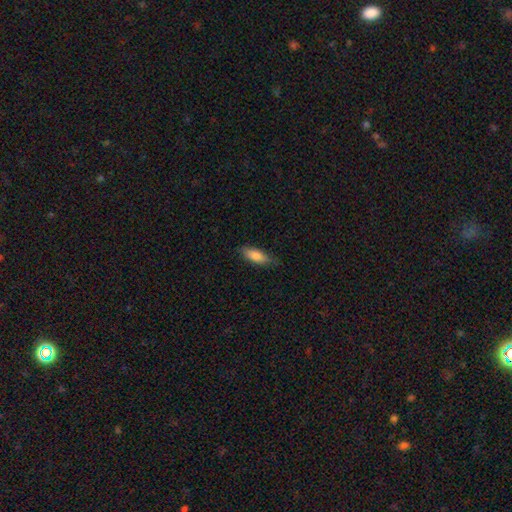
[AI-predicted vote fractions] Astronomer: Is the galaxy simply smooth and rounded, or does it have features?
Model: smooth — 82%.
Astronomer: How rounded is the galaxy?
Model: in between — 62%.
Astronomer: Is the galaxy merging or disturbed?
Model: none — 77%.